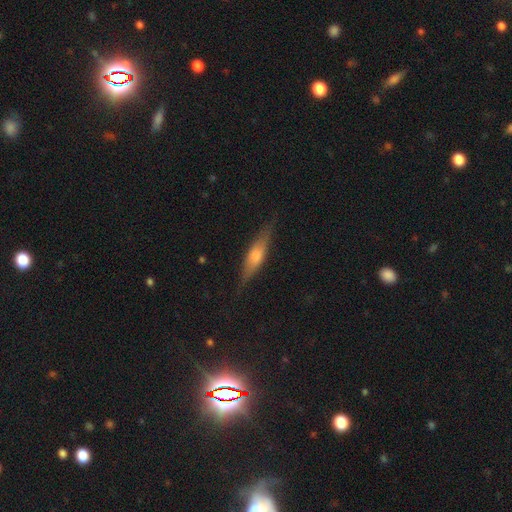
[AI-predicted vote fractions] smooth-or-featured: smooth: 48% | featured or disk: 45% | star or artifact: 7%
  merging: none: 81% | minor disturbance: 14% | major disturbance: 4% | merger: 1%